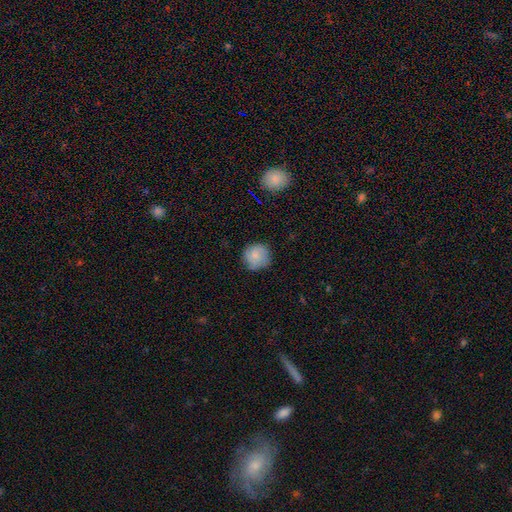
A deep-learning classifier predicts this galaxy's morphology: Overall: smooth (76%). How rounded: round (92%). Merging: none (78%).